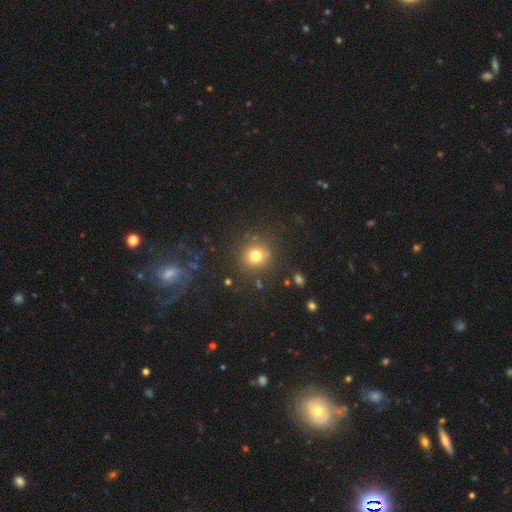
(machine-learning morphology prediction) This is likely a smooth galaxy (75%). How rounded: clearly round (92%). Merging: clearly none (86%).